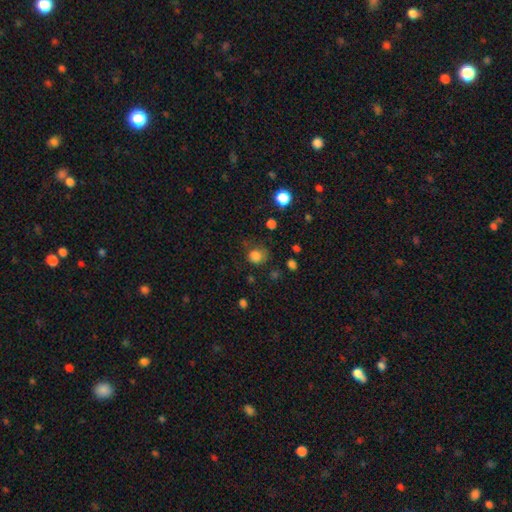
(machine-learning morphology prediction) Q: Smooth or featured?
A: smooth (80%); runner-up: star or artifact (14%)
Q: How rounded?
A: round (70%); runner-up: in between (29%)
Q: Merging?
A: none (55%); runner-up: minor disturbance (27%)